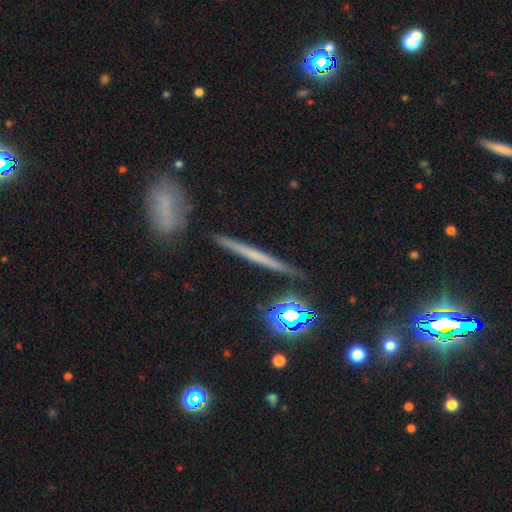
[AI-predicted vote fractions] This is possibly a featured or disk galaxy (47%). Merging: clearly none (89%).